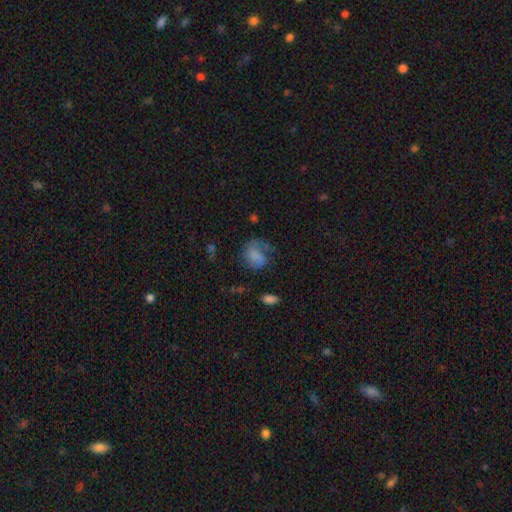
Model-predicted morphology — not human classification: A smooth galaxy with no disk features (60%) that is in between round and cigar-shaped (56%).

Vote fractions:
- Smooth or featured? smooth: 60% / featured or disk: 29% / star or artifact: 11%
- How rounded? in between: 56% / round: 43% / cigar-shaped: 1%
- Merging? none: 37% / major disturbance: 35% / minor disturbance: 24% / merger: 4%